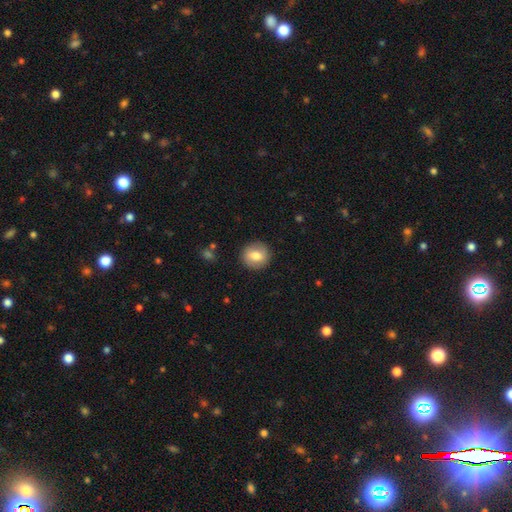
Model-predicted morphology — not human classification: This is likely a smooth galaxy (73%). How rounded: clearly round (88%). Merging: clearly none (89%).